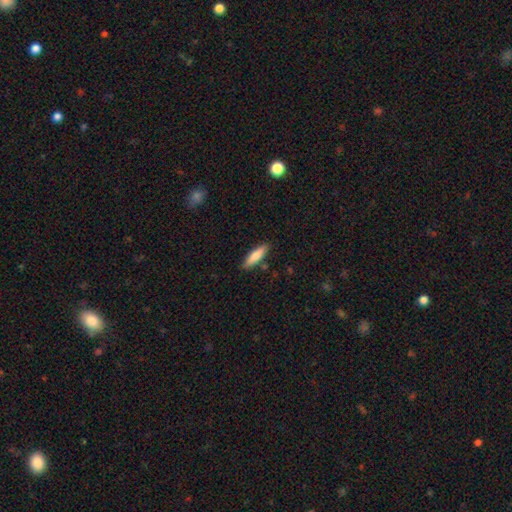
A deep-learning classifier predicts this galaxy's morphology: Smooth or featured?
  - smooth: 77% *
  - featured or disk: 17%
  - star or artifact: 6%
How rounded?
  - cigar-shaped: 66% *
  - in between: 33%
  - round: 2%
Merging?
  - none: 85% *
  - minor disturbance: 10%
  - merger: 3%
  - major disturbance: 2%